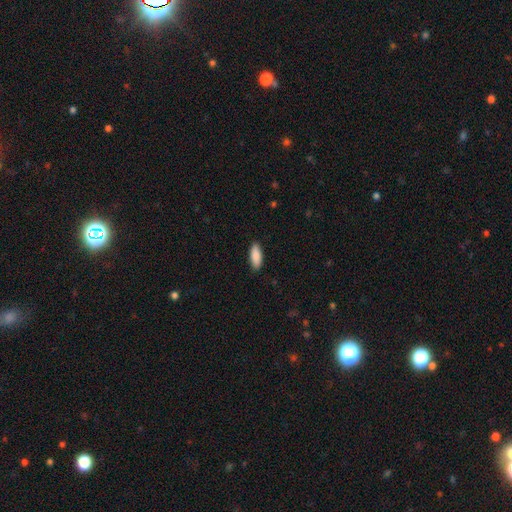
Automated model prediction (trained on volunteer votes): A smooth galaxy with no disk features (90%) that is in between round and cigar-shaped (73%).

Vote fractions:
- Smooth or featured? smooth: 90% / star or artifact: 6% / featured or disk: 5%
- How rounded? in between: 73% / cigar-shaped: 26% / round: 2%
- Merging? none: 89% / minor disturbance: 8% / major disturbance: 2% / merger: 1%